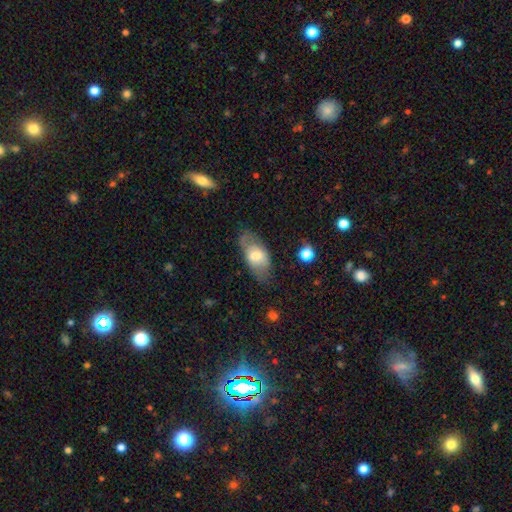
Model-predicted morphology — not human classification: type=smooth (59%); roundness=in between (88%); merging=none (67%).